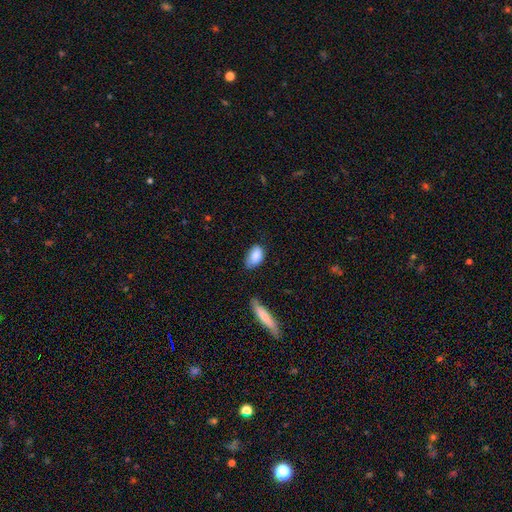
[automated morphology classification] A smooth galaxy with no disk features (86%) that is in between round and cigar-shaped (92%).

Vote fractions:
- Smooth or featured? smooth: 86% / featured or disk: 7% / star or artifact: 7%
- How rounded? in between: 92% / round: 6% / cigar-shaped: 2%
- Merging? none: 56% / minor disturbance: 34% / major disturbance: 7% / merger: 3%